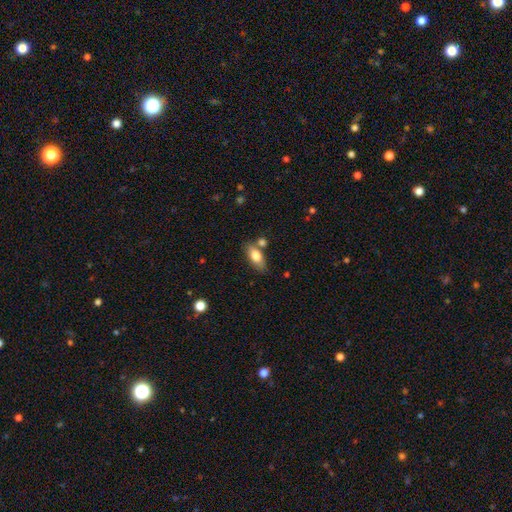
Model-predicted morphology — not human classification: Overall: smooth (77%). How rounded: in between (84%). Merging: none (66%).